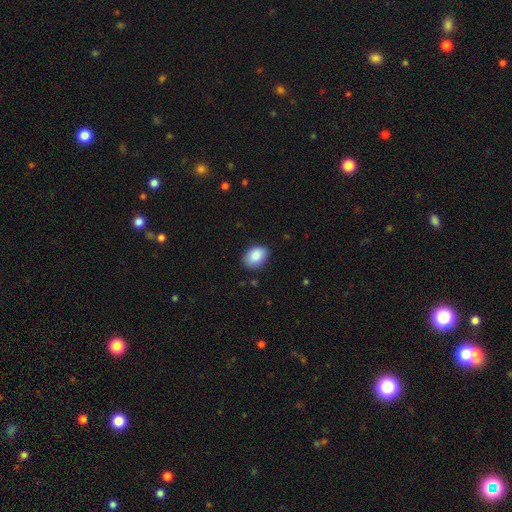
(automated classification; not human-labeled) Smooth or featured? smooth (88%)
How rounded? in between (79%)
Merging? none (85%)